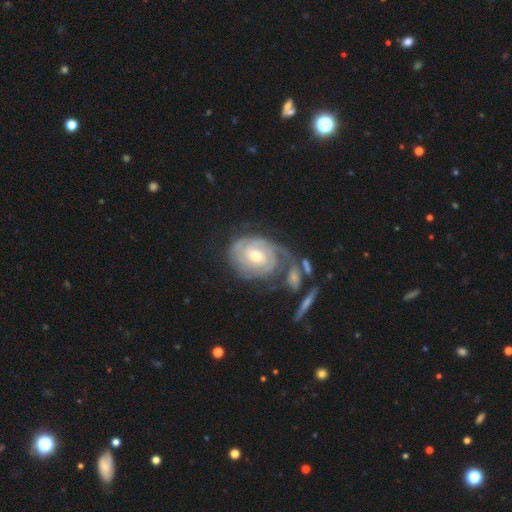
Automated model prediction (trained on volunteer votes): featured or disk 86%, smooth 9%, star or artifact 5%. Down the decision tree: edge-on disk — no (97%); bar — no (56%); spiral arms — yes (96%); spiral arm count — 2 (33%); spiral winding — tight (79%); bulge size — moderate (58%); merging — none (53%).